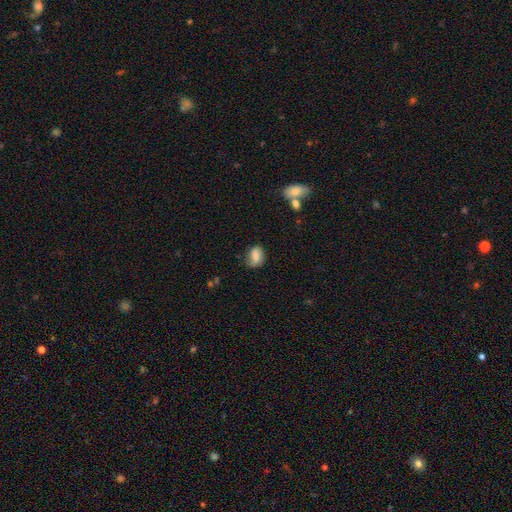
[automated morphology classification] A smooth galaxy with no disk features (72%) that is in between round and cigar-shaped (69%). Merging: none (68%).